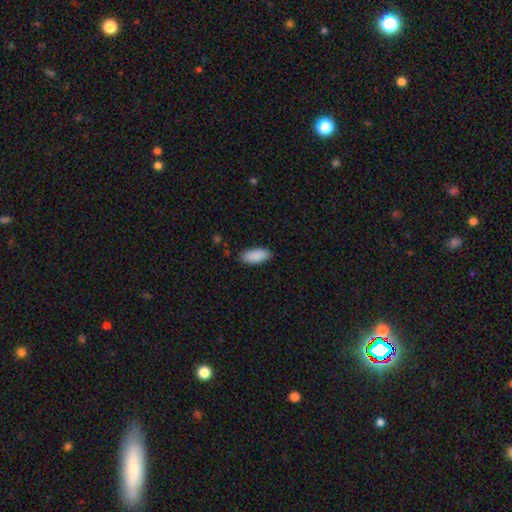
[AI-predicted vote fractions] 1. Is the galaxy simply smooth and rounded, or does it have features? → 91% smooth, 6% star or artifact, 3% featured or disk.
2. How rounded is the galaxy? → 87% in between, 11% cigar-shaped, 2% round.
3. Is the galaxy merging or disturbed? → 86% none, 11% minor disturbance, 2% major disturbance, 1% merger.